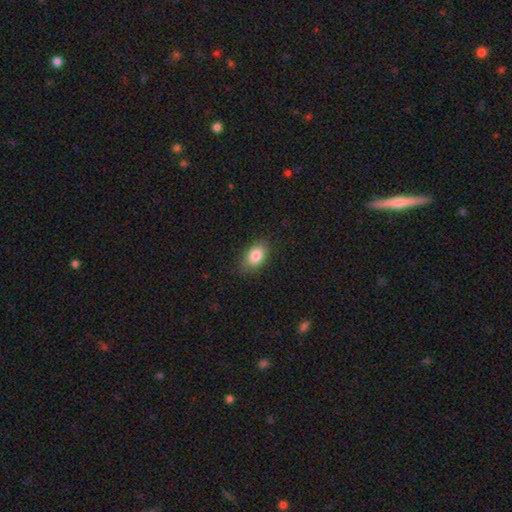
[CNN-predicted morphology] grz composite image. It shows a smooth galaxy with no disk features (84%) that is in between round and cigar-shaped (88%). Merging: none (82%).